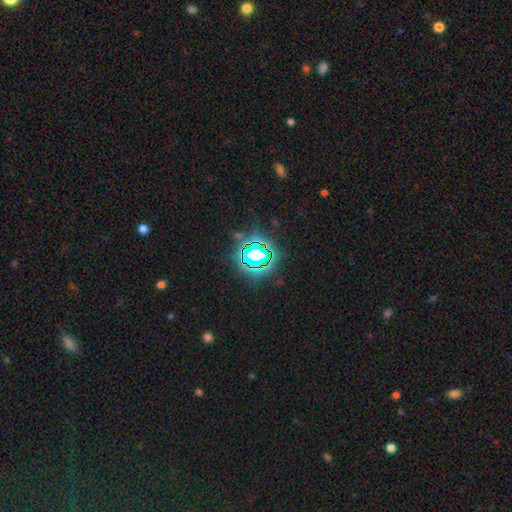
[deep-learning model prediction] Smooth or featured: star or artifact — 73% (smooth — 16%)